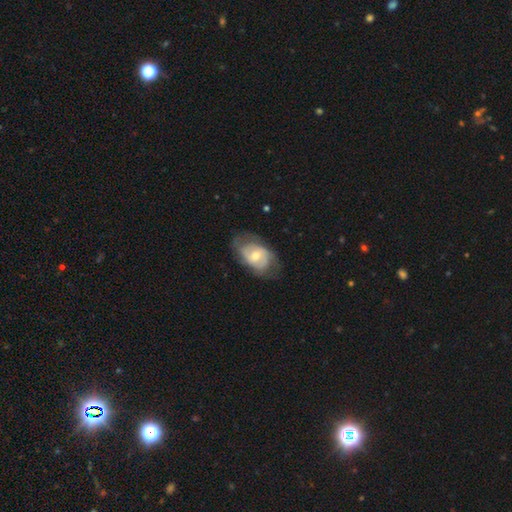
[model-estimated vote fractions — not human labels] smooth-or-featured: featured or disk: 62% | smooth: 32% | star or artifact: 6%
  disk-edge-on: no: 95% | yes: 5%
    bar: no: 56% | weak: 37% | strong: 8%
    has-spiral-arms: yes: 78% | no: 22%
    bulge-size: moderate: 60% | small: 32% | large: 5% | none: 2% | dominant: 1%
  merging: none: 61% | minor disturbance: 25% | major disturbance: 13% | merger: 1%